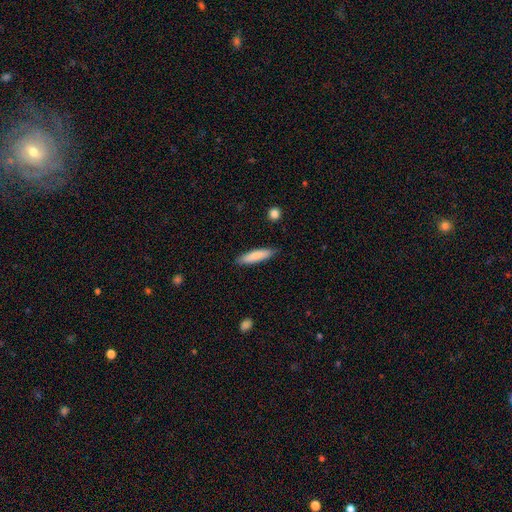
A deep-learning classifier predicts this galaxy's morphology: type=smooth (83%); roundness=cigar-shaped (79%); merging=none (87%).